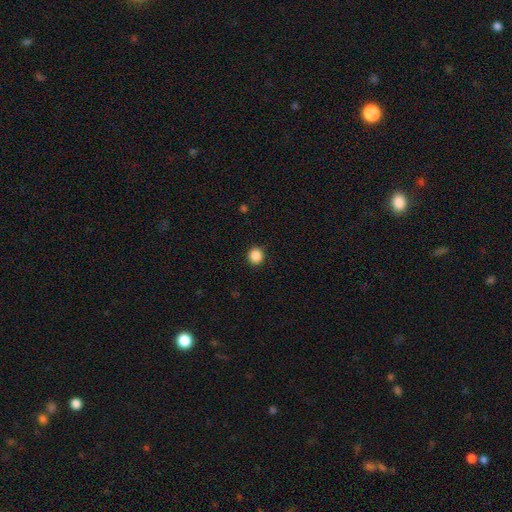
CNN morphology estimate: Overall: smooth (88%). How rounded: round (90%). Merging: none (92%).